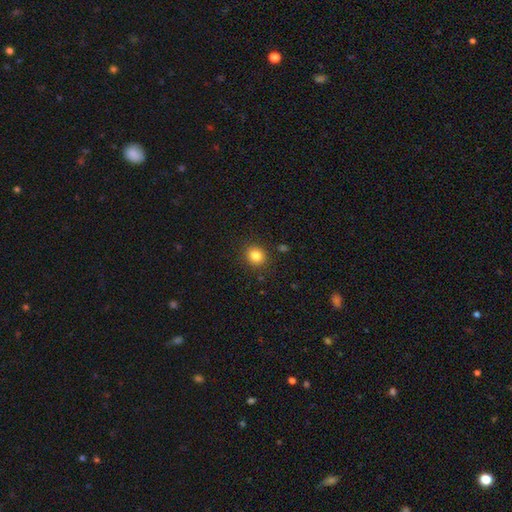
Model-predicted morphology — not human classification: type=smooth (83%); roundness=round (79%); merging=none (88%).